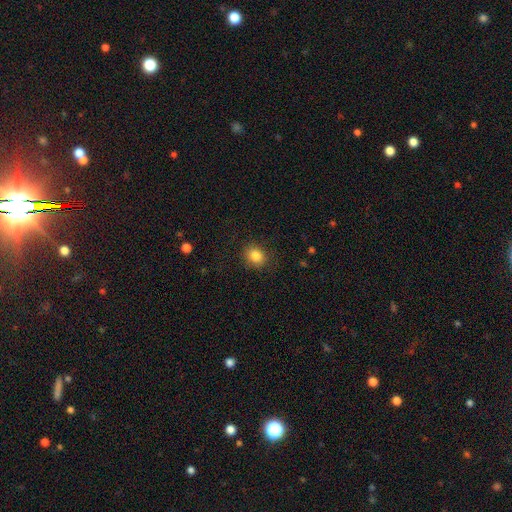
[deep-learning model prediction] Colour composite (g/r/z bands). It shows a smooth galaxy with no disk features (85%) that is round (72%). Merging: none (85%).